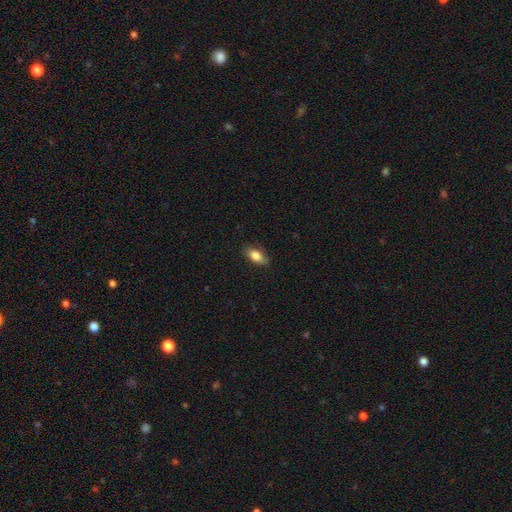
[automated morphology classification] type=smooth (82%); roundness=in between (86%); merging=none (81%).